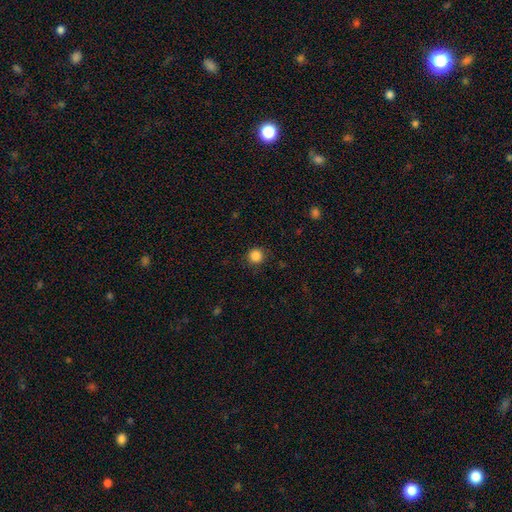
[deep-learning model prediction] This appears to be a smooth galaxy with no disk features (86%) that is round (94%). Merging: none (88%).